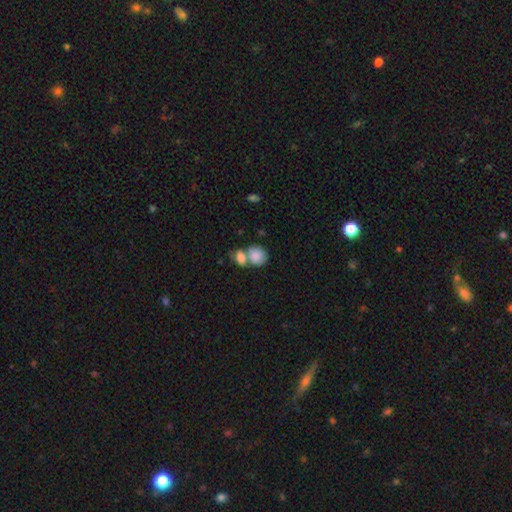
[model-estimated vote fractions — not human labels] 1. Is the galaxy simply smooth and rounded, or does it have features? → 84% smooth, 10% featured or disk, 7% star or artifact.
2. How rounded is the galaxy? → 58% round, 41% in between, 1% cigar-shaped.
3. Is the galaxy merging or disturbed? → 58% merger, 28% none, 9% minor disturbance, 5% major disturbance.